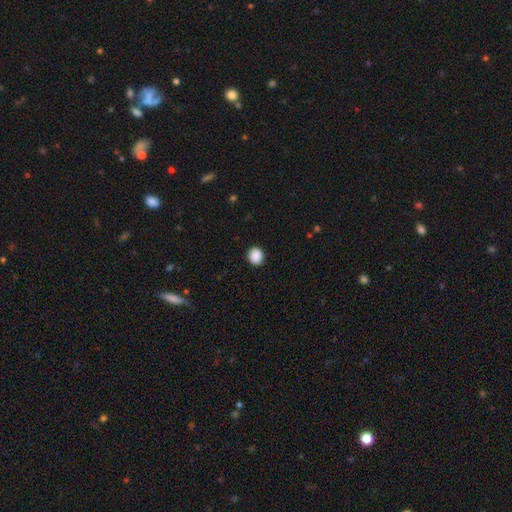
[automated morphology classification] type=smooth (89%); roundness=round (76%); merging=none (91%).